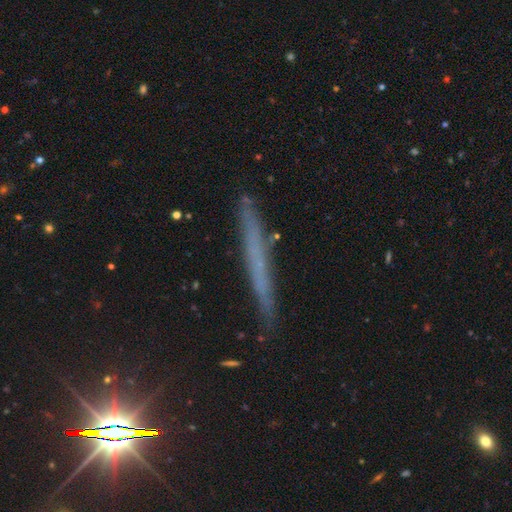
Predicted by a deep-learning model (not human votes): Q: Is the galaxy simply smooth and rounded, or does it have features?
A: featured or disk — 48%.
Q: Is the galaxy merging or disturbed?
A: none — 84%.